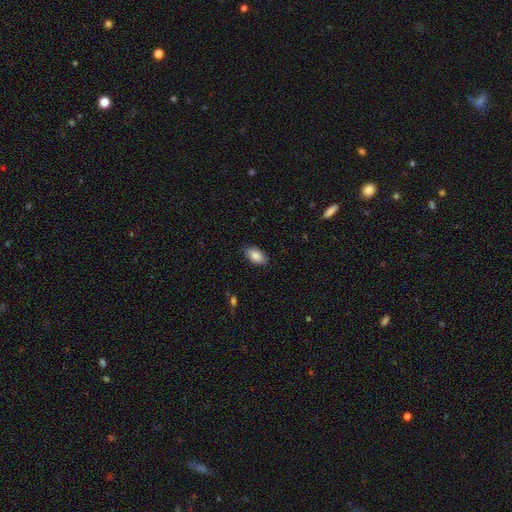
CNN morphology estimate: A smooth galaxy with no disk features (87%) that is in between round and cigar-shaped (93%).

Vote fractions:
- Smooth or featured? smooth: 87% / star or artifact: 7% / featured or disk: 6%
- How rounded? in between: 93% / round: 4% / cigar-shaped: 3%
- Merging? none: 85% / minor disturbance: 12% / major disturbance: 2% / merger: 1%